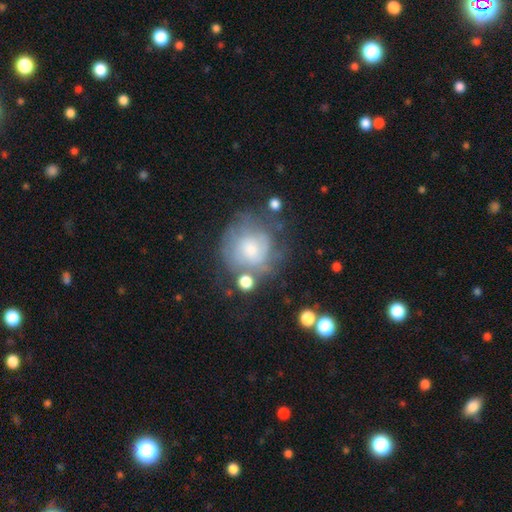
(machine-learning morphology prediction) smooth-or-featured: featured or disk: 50% | smooth: 40% | star or artifact: 10%
  disk-edge-on: no: 97% | yes: 3%
  merging: none: 49% | minor disturbance: 22% | major disturbance: 20% | merger: 10%